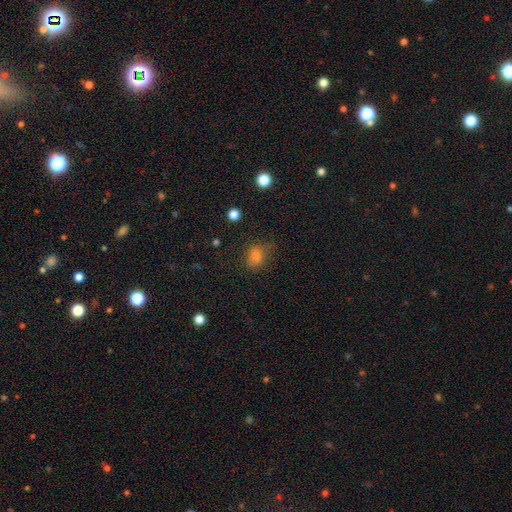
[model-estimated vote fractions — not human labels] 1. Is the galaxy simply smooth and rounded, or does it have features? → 76% smooth, 17% star or artifact, 7% featured or disk.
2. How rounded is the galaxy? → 54% in between, 44% round, 2% cigar-shaped.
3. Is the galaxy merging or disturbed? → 66% none, 22% minor disturbance, 11% major disturbance, 2% merger.